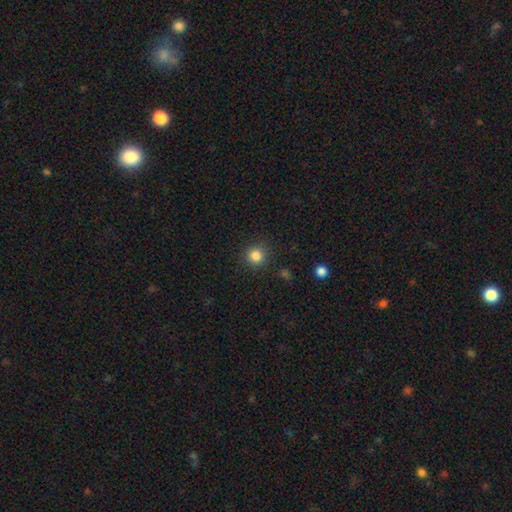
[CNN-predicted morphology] Smooth or featured? smooth (84%)
How rounded? round (93%)
Merging? none (89%)